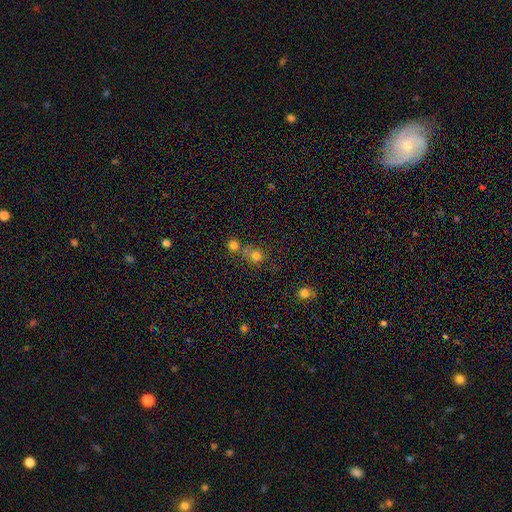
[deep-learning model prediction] Overall: smooth (75%). How rounded: round (79%). Merging: none (50%; merger 33%).